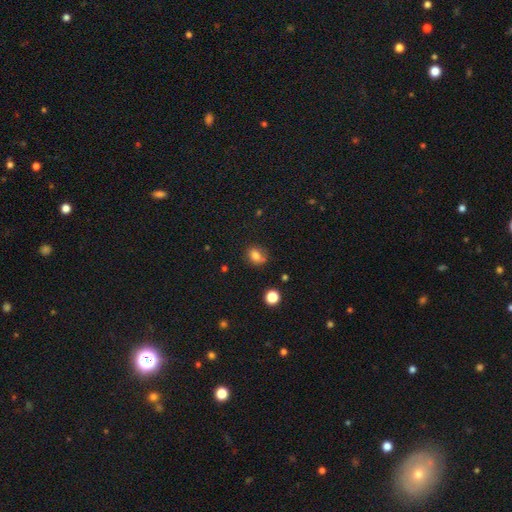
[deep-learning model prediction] Morphology: type=smooth (76%); roundness=round (55%); merging=none (56%).